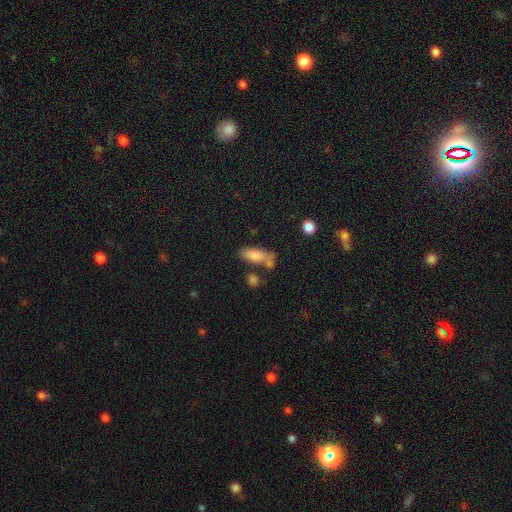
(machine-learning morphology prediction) Q: Smooth or featured?
A: smooth (81%); runner-up: featured or disk (12%)
Q: How rounded?
A: in between (76%); runner-up: cigar-shaped (21%)
Q: Merging?
A: none (55%); runner-up: merger (19%)